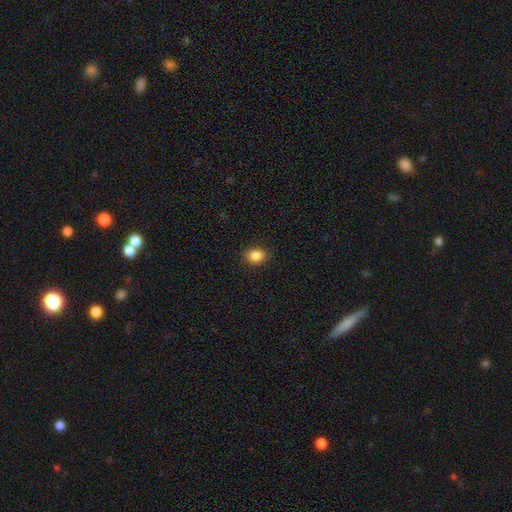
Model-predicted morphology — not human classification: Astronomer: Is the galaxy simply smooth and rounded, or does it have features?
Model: smooth — 86%.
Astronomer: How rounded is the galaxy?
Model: in between — 57% (runner-up: round, 42%).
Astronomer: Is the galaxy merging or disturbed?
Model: none — 89%.